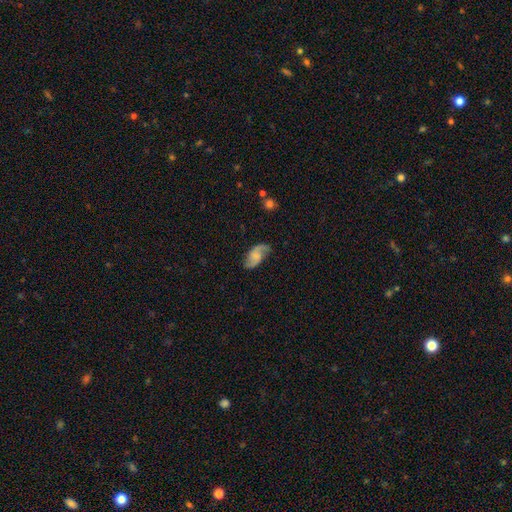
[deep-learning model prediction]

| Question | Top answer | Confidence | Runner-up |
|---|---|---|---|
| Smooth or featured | featured or disk | 69% | smooth (24%) |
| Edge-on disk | no | 96% | yes (4%) |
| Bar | no | 59% | weak (35%) |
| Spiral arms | yes | 94% | no (6%) |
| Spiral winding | loose | 52% | medium (35%) |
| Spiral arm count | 2 | 90% | can't tell (4%) |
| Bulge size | small | 48% | moderate (29%) |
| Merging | none | 75% | minor disturbance (18%) |